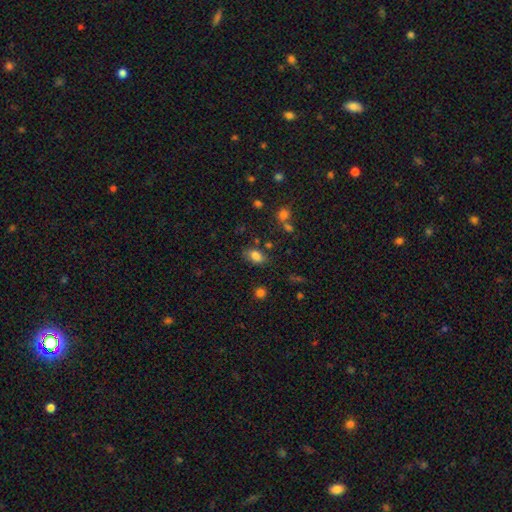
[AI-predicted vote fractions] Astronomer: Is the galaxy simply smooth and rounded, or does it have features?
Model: smooth — 82%.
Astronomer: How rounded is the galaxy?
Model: in between — 86%.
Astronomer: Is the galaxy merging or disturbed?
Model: none — 73%.